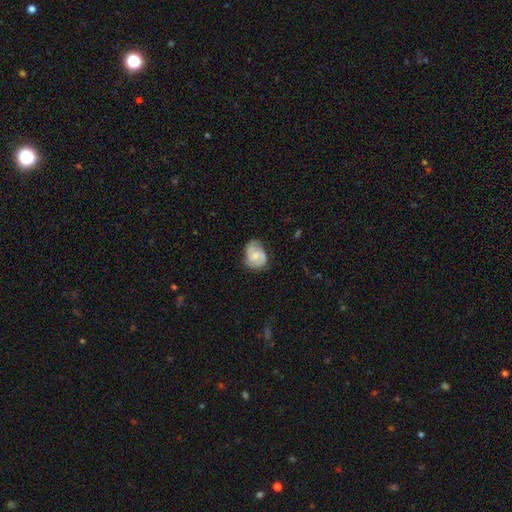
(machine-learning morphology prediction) A featured or disk galaxy (64%) with no bar (54%), 2 (81%) medium (47%) spiral arms (92%) and a small central bulge (48%).

Vote fractions:
- Smooth or featured? featured or disk: 64% / smooth: 29% / star or artifact: 6%
- Edge-on disk? no: 98% / yes: 2%
- Bar? no: 54% / weak: 39% / strong: 7%
- Spiral arms? yes: 92% / no: 8%
- Spiral winding? medium: 47% / tight: 36% / loose: 17%
- Spiral arm count? 2: 81% / can't tell: 10% / 3: 4% / 1: 3% / 4: 1% / more than 4: 1%
- Bulge size? small: 48% / moderate: 40% / none: 9% / large: 3% / dominant: 1%
- Merging? none: 66% / minor disturbance: 25% / major disturbance: 7% / merger: 1%